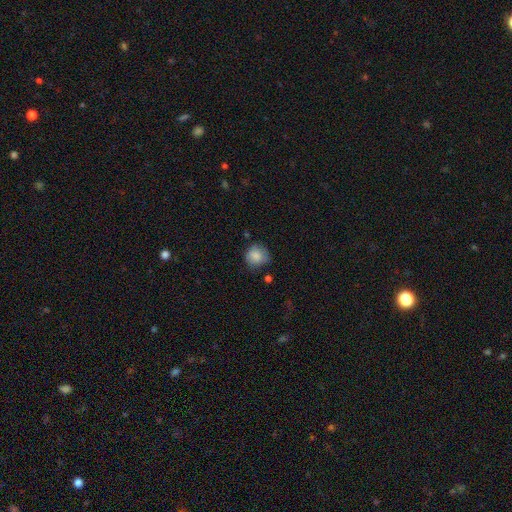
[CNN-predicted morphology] smooth-or-featured: smooth: 83% | featured or disk: 9% | star or artifact: 8%
  how-rounded: round: 84% | in between: 15% | cigar-shaped: 1%
  merging: none: 66% | minor disturbance: 24% | major disturbance: 6% | merger: 3%